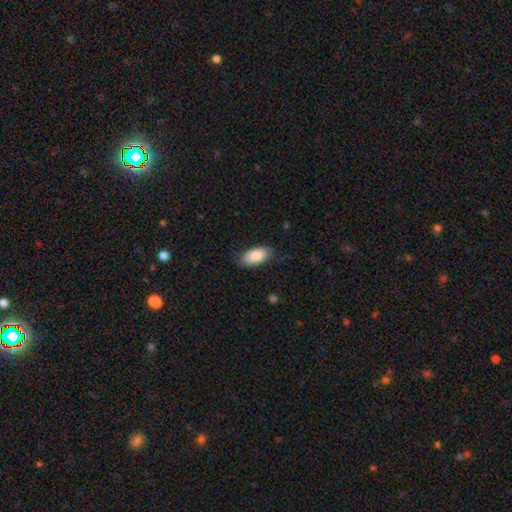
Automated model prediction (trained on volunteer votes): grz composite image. It shows a smooth galaxy with no disk features (84%) that is in between round and cigar-shaped (93%). Merging: none (74%).